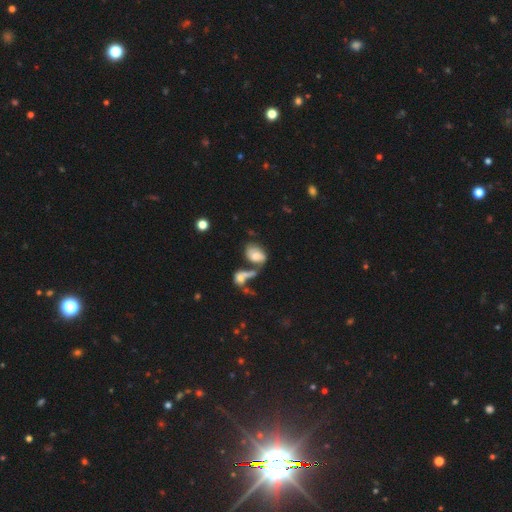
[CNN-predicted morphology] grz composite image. It shows a smooth galaxy with no disk features (62%) that is in between round and cigar-shaped (83%). Merging: merger (41%).